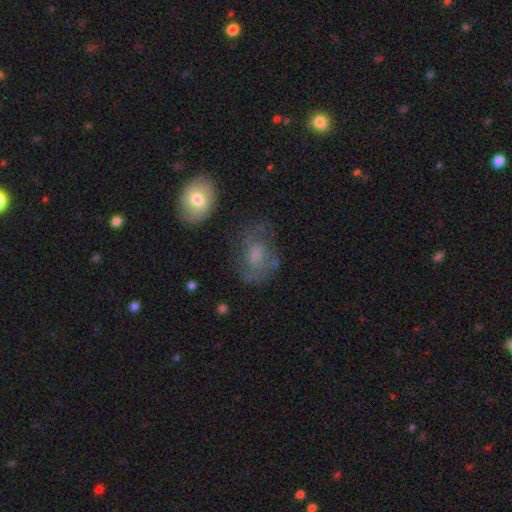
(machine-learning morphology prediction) This is marginally a smooth galaxy (45%). Merging: possibly none (52%).